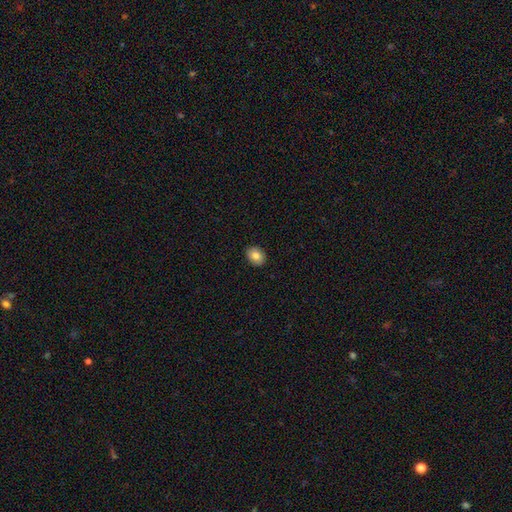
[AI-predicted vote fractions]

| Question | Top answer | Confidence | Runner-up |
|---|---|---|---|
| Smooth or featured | smooth | 83% | featured or disk (9%) |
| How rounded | in between | 56% | round (43%) |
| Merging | none | 91% | minor disturbance (7%) |